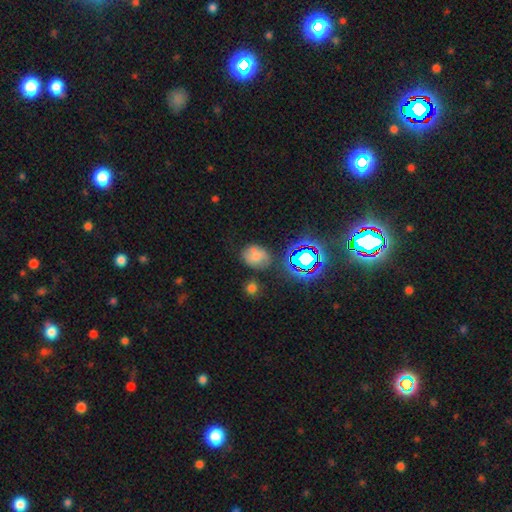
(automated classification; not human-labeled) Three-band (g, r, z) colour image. It shows a smooth galaxy with no disk features (57%) that is in between round and cigar-shaped (53%). Merging: none (64%).